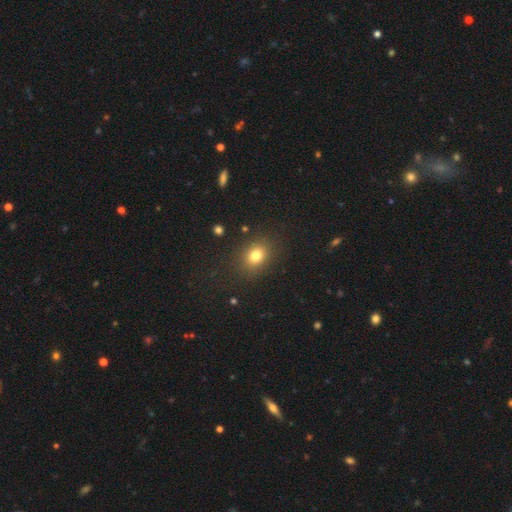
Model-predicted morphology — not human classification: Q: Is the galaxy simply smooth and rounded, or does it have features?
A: smooth — 79%.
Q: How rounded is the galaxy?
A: in between — 57%.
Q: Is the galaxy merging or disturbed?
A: none — 85%.